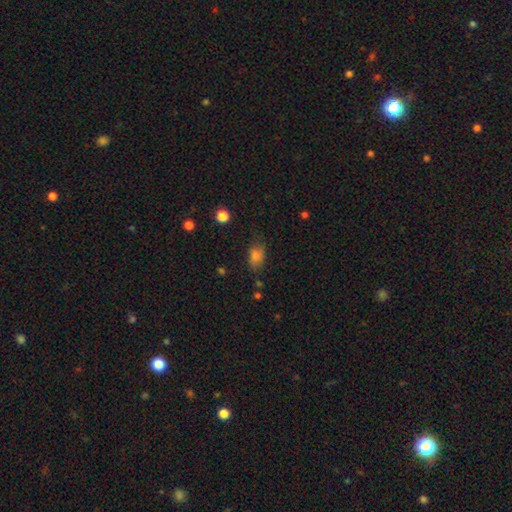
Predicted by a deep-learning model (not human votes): Smooth or featured?
  - smooth: 78% *
  - star or artifact: 12%
  - featured or disk: 11%
How rounded?
  - in between: 84% *
  - round: 13%
  - cigar-shaped: 3%
Merging?
  - none: 62% *
  - minor disturbance: 26%
  - major disturbance: 9%
  - merger: 3%